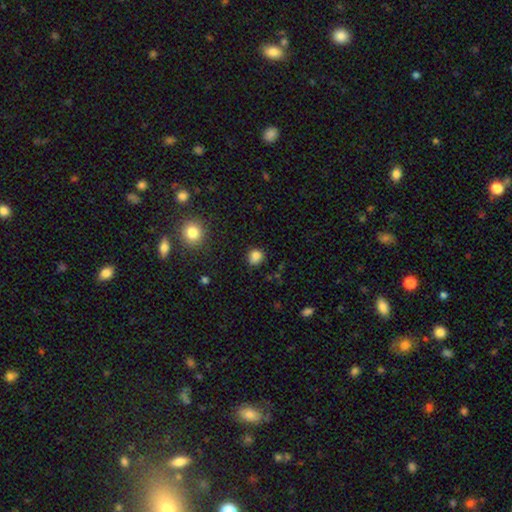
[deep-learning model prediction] A smooth galaxy with no disk features (82%) that is round (73%).

Vote fractions:
- Smooth or featured? smooth: 82% / star or artifact: 13% / featured or disk: 6%
- How rounded? round: 73% / in between: 26% / cigar-shaped: 1%
- Merging? none: 70% / minor disturbance: 20% / major disturbance: 5% / merger: 4%